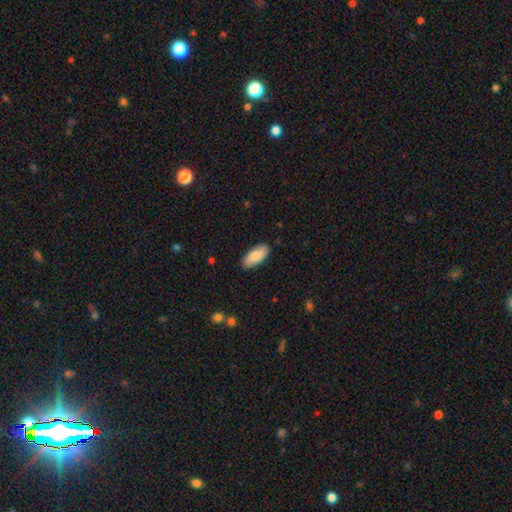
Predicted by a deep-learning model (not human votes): Smooth or featured: smooth — 80% (featured or disk — 14%)
How rounded: in between — 90% (cigar-shaped — 8%)
Merging: none — 88% (minor disturbance — 9%)